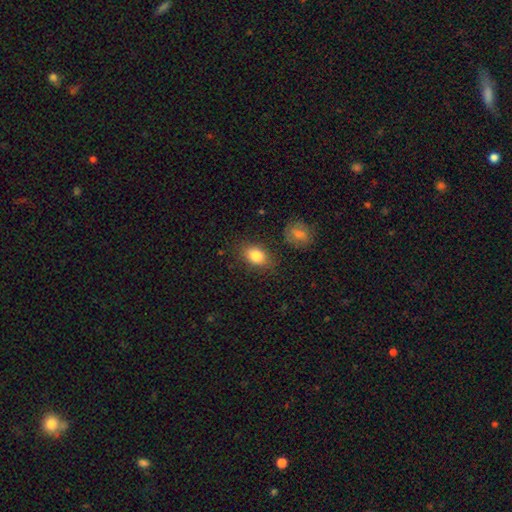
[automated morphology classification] Overall: smooth (84%). How rounded: in between (82%). Merging: none (80%).